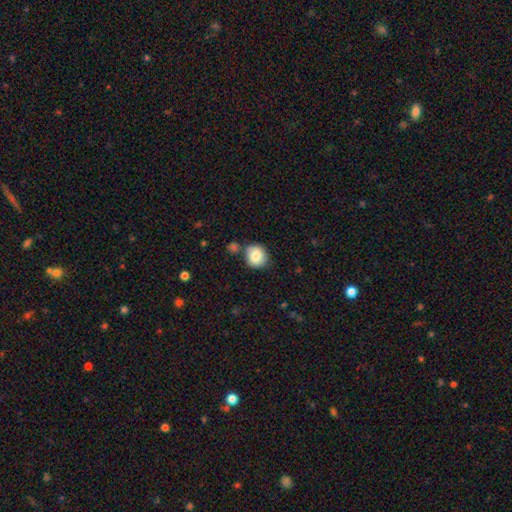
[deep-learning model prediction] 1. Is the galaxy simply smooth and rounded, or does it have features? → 82% smooth, 9% featured or disk, 8% star or artifact.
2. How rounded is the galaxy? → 82% round, 17% in between, 1% cigar-shaped.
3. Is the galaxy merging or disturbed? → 69% none, 15% minor disturbance, 12% merger, 4% major disturbance.